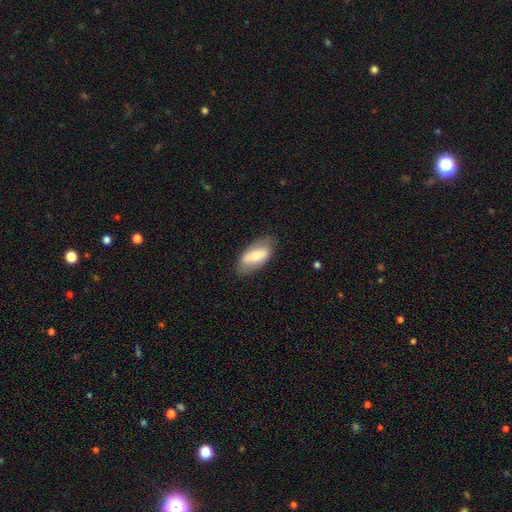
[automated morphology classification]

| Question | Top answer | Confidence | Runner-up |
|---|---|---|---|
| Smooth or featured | smooth | 62% | featured or disk (32%) |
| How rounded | in between | 89% | cigar-shaped (8%) |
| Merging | none | 77% | minor disturbance (17%) |